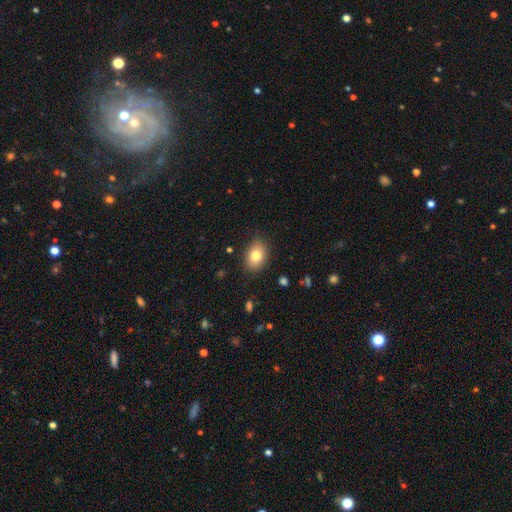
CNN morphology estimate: This appears to be a smooth galaxy with no disk features (81%) that is in between round and cigar-shaped (77%). Merging: none (86%).